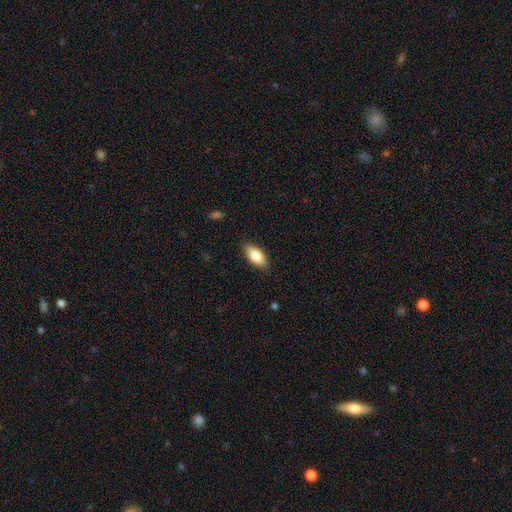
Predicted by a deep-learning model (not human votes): Smooth or featured? smooth (82%)
How rounded? in between (89%)
Merging? none (86%)